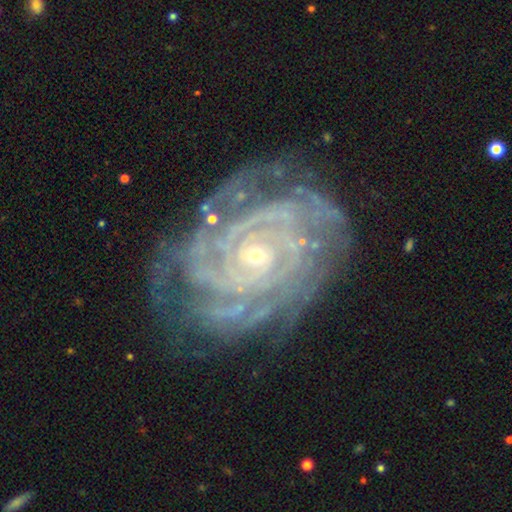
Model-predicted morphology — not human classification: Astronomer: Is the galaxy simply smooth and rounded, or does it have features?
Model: featured or disk — 90%.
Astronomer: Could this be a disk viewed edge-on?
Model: no — 97%.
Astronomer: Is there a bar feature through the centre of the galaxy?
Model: no — 72%.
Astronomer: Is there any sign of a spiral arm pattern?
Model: yes — 97%.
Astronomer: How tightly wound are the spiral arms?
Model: tight — 82%.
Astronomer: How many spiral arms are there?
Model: can't tell — 26% (runner-up: 4, 20%).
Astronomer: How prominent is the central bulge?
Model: small — 77%.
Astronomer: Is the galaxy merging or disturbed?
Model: none — 74%.